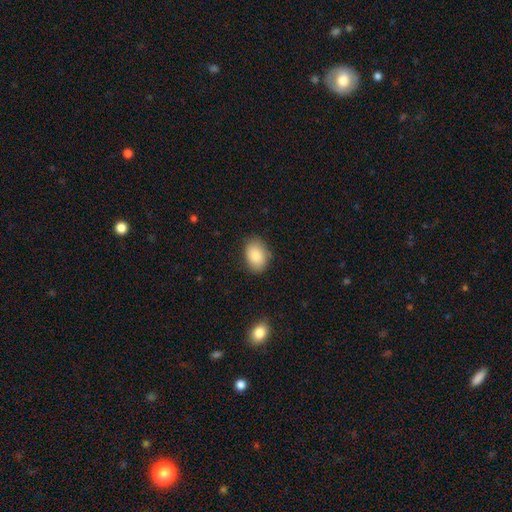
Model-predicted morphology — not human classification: Smooth or featured? smooth (85%)
How rounded? in between (82%)
Merging? none (81%)